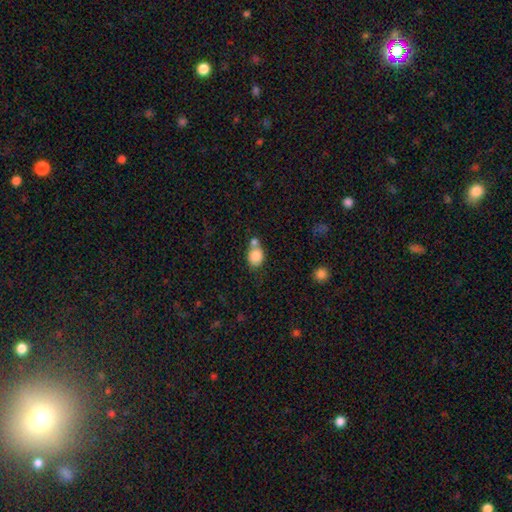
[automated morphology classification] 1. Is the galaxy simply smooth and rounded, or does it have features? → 83% smooth, 9% star or artifact, 8% featured or disk.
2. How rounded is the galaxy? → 60% round, 39% in between, 1% cigar-shaped.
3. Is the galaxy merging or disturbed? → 46% none, 38% merger, 12% minor disturbance, 4% major disturbance.